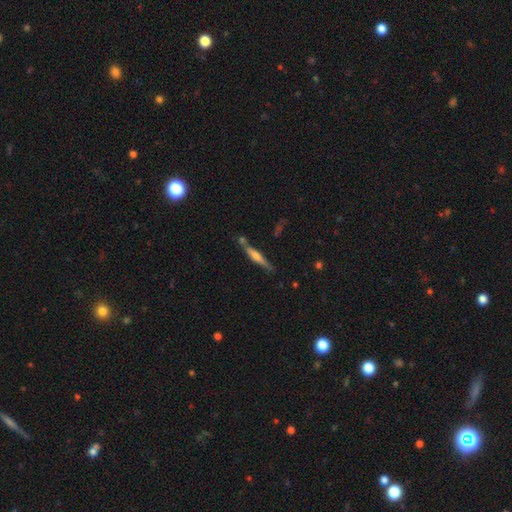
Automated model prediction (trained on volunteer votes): This is possibly a featured or disk galaxy (54%). It is clearly viewed edge-on (95%). Edge-on bulge: likely rounded (65%). Merging: likely none (72%).